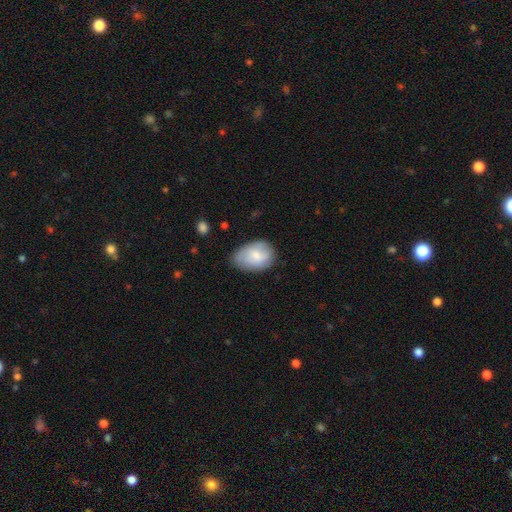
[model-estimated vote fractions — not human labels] smooth 74%, featured or disk 19%, star or artifact 6%. Down the decision tree: how rounded — in between (83%); merging — none (68%).